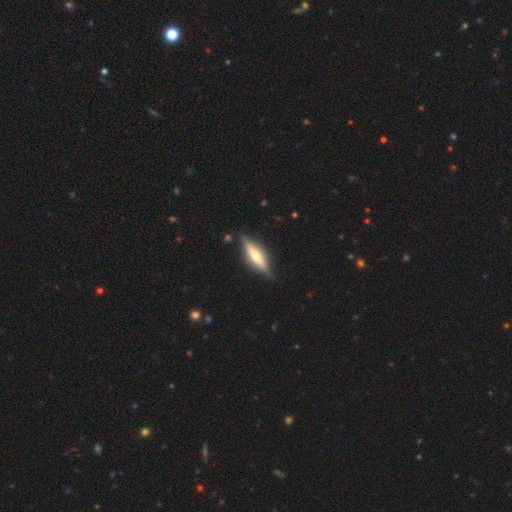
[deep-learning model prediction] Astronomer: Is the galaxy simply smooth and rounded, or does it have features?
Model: featured or disk — 67%.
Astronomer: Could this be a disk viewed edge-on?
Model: yes — 95%.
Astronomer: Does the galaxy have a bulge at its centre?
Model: rounded — 78%.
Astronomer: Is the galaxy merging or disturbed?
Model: none — 85%.